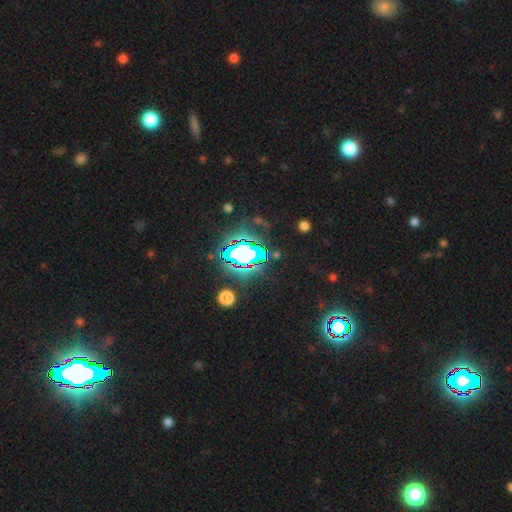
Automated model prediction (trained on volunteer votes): Morphology: type=star or artifact (81%).